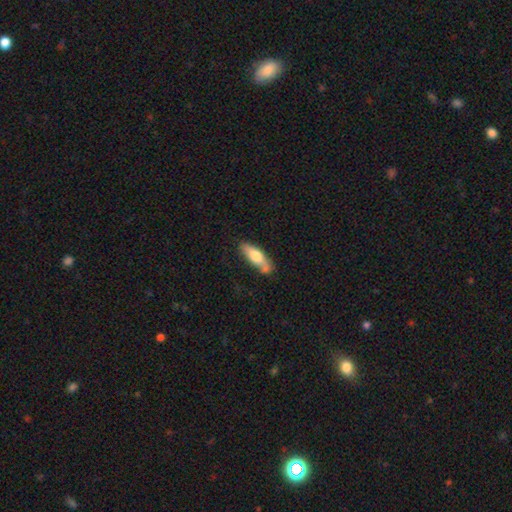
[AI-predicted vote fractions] The model was most divided on "how rounded": in between: 50%, cigar-shaped: 48%, round: 2%. More confident: smooth or featured — smooth (67%); merging — none (61%).